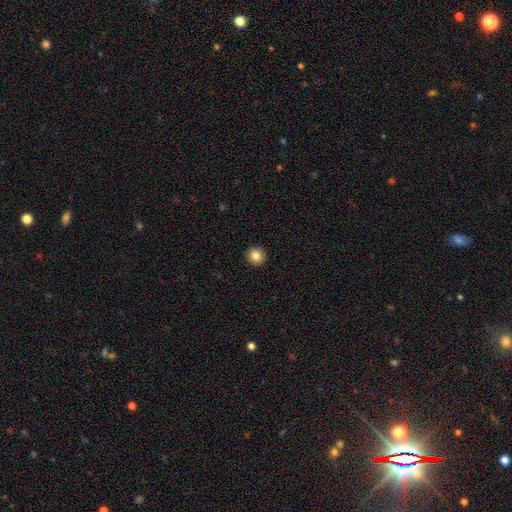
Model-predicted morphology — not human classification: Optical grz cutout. It shows a smooth galaxy with no disk features (83%) that is round (94%). Merging: none (93%).